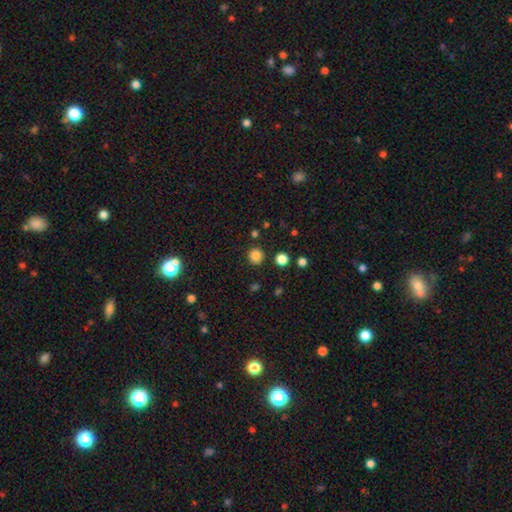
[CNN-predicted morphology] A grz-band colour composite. It shows a smooth galaxy with no disk features (84%) that is round (94%). Merging: none (90%).